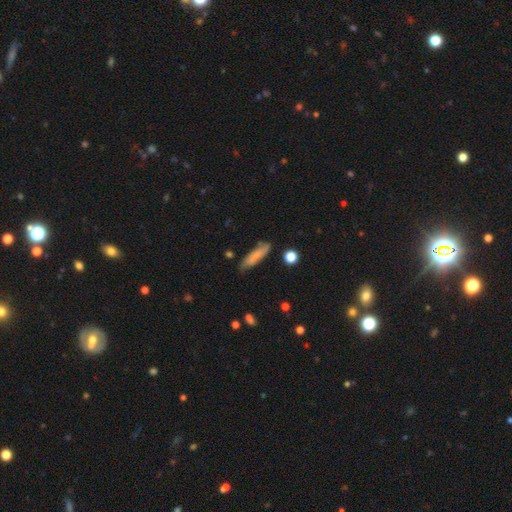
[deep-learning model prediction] Smooth or featured?
  - smooth: 72% *
  - featured or disk: 20%
  - star or artifact: 8%
How rounded?
  - cigar-shaped: 73% *
  - in between: 24%
  - round: 2%
Merging?
  - none: 73% *
  - minor disturbance: 20%
  - major disturbance: 4%
  - merger: 3%